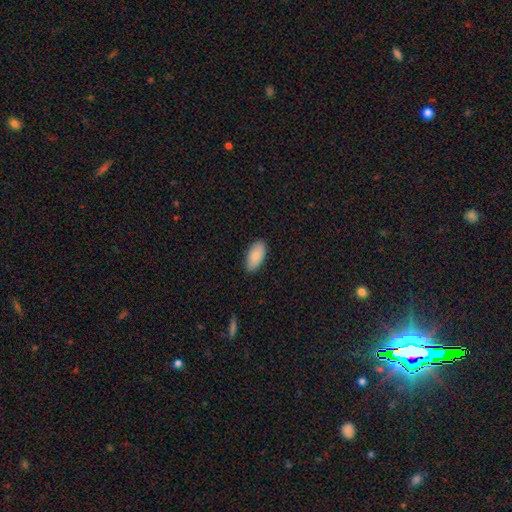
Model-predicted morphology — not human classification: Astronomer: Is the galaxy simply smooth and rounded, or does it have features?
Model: smooth — 89%.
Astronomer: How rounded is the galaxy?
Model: in between — 94%.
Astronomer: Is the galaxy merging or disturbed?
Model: none — 88%.